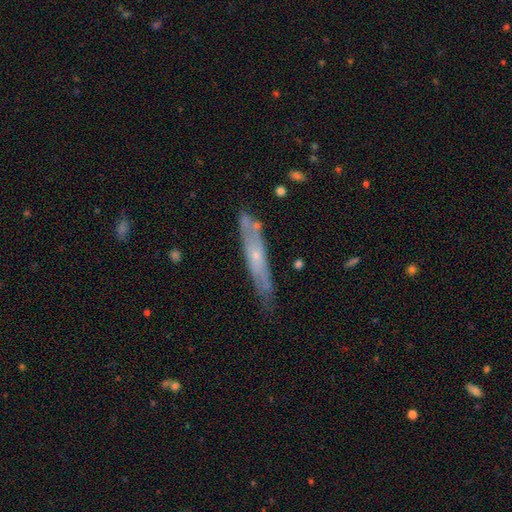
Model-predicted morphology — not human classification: This appears to be a featured or disk galaxy (57%) viewed edge-on (60%). Merging: none (66%).